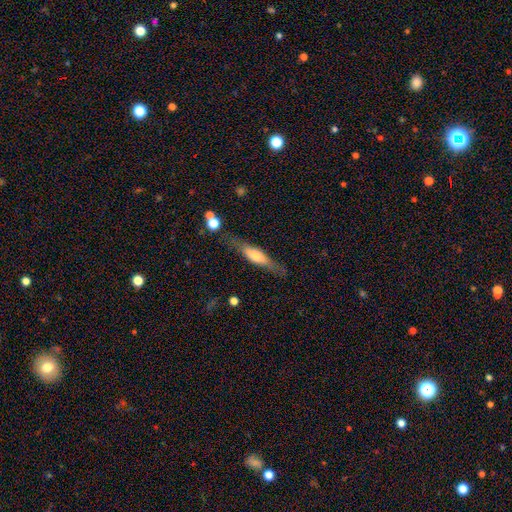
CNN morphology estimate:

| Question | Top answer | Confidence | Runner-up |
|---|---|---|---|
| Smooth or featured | featured or disk | 48% | smooth (46%) |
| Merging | none | 73% | minor disturbance (17%) |